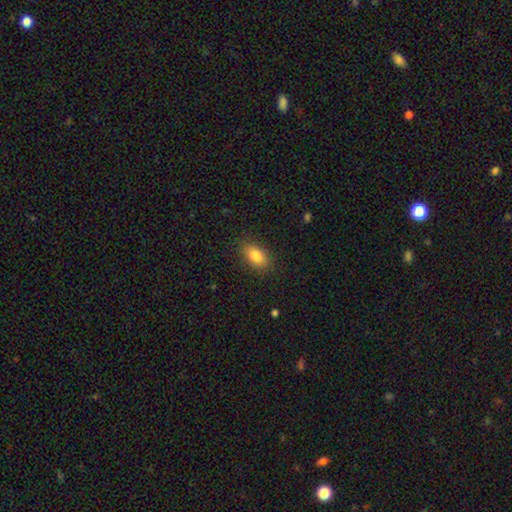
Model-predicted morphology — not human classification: type=smooth (85%); roundness=in between (89%); merging=none (86%).